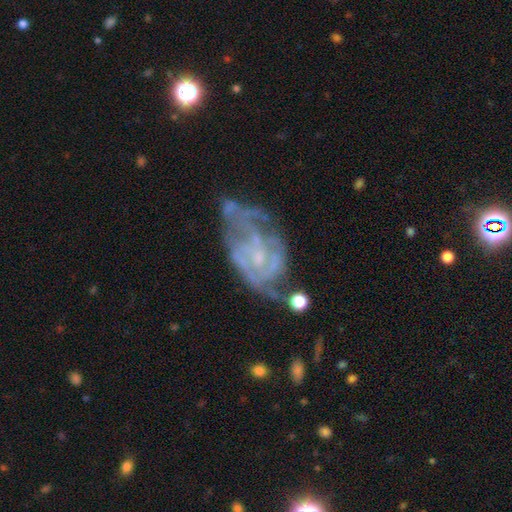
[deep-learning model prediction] Smooth or featured? featured or disk (78%)
Edge-on disk? no (97%)
Bar? no (65%)
Spiral arms? yes (71%)
Spiral winding? tight (45%)
Spiral arm count? can't tell (44%)
Bulge size? small (52%)
Merging? major disturbance (33%)